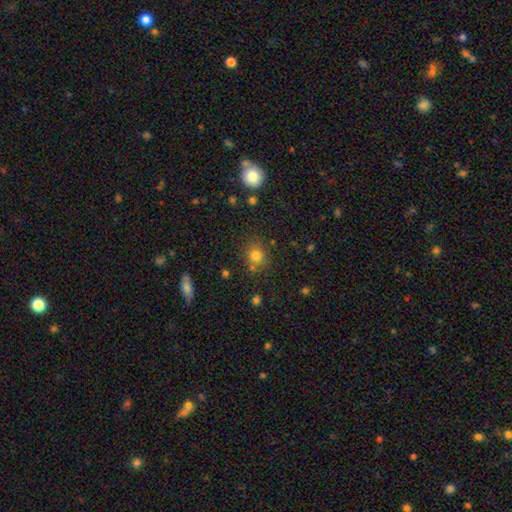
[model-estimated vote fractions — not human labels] Smooth or featured?
  - smooth: 77% *
  - star or artifact: 16%
  - featured or disk: 7%
How rounded?
  - round: 80% *
  - in between: 19%
  - cigar-shaped: 1%
Merging?
  - none: 76% *
  - minor disturbance: 12%
  - merger: 8%
  - major disturbance: 4%